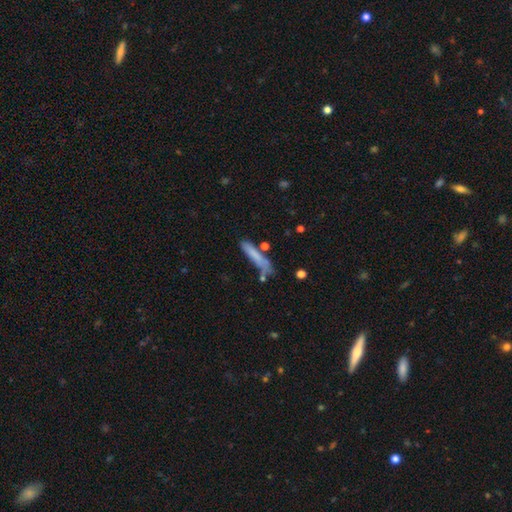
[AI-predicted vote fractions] smooth-or-featured: smooth: 74% | featured or disk: 19% | star or artifact: 8%
  how-rounded: cigar-shaped: 88% | in between: 10% | round: 2%
  merging: none: 60% | minor disturbance: 22% | merger: 10% | major disturbance: 8%